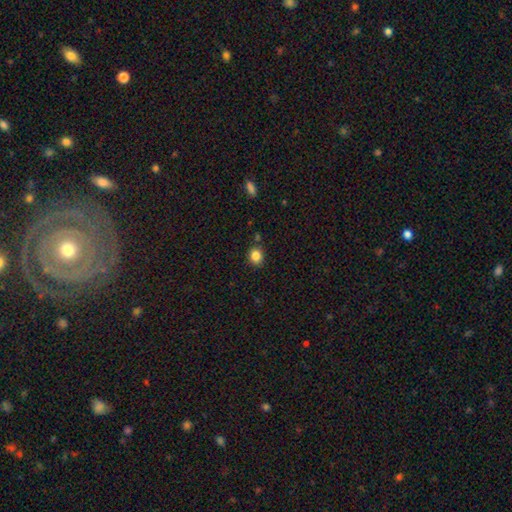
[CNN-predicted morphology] The model was most divided on "how rounded": round: 74%, in between: 25%, cigar-shaped: 1%. More confident: smooth or featured — smooth (84%); merging — none (83%).